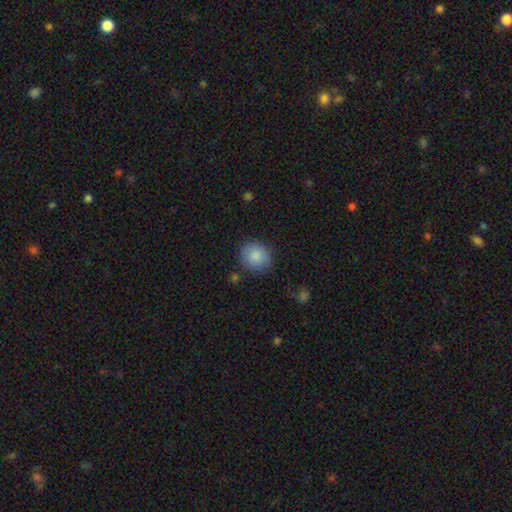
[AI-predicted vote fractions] Q: Smooth or featured?
A: smooth (87%); runner-up: star or artifact (7%)
Q: How rounded?
A: round (84%); runner-up: in between (15%)
Q: Merging?
A: none (83%); runner-up: minor disturbance (12%)